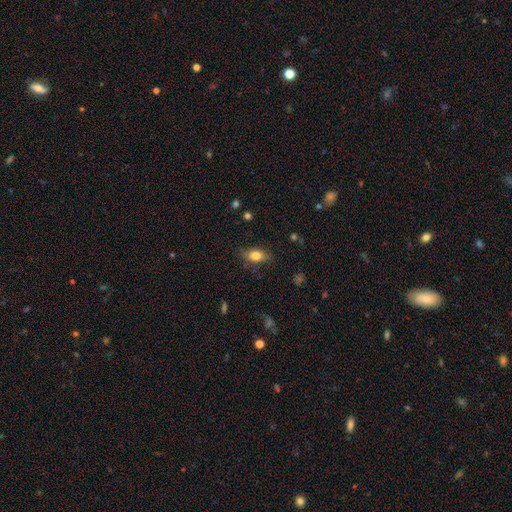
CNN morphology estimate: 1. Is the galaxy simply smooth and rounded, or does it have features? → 80% smooth, 11% featured or disk, 9% star or artifact.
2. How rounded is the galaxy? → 82% in between, 14% round, 4% cigar-shaped.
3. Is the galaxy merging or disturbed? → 78% none, 17% minor disturbance, 4% major disturbance, 1% merger.